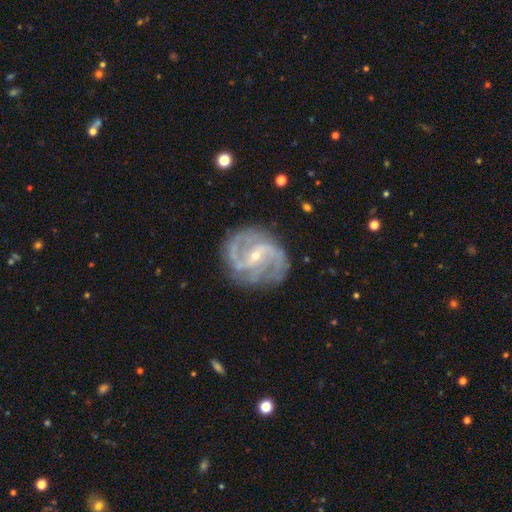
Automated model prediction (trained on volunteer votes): Smooth or featured? Predicted: featured or disk (p=0.91). Edge-on disk? Predicted: no (p=0.98). Bar? Predicted: weak (p=0.42). Spiral arms? Predicted: yes (p=0.98). Spiral winding? Predicted: medium (p=0.54). Spiral arm count? Predicted: 2 (p=0.56). Bulge size? Predicted: small (p=0.77). Merging? Predicted: none (p=0.76).